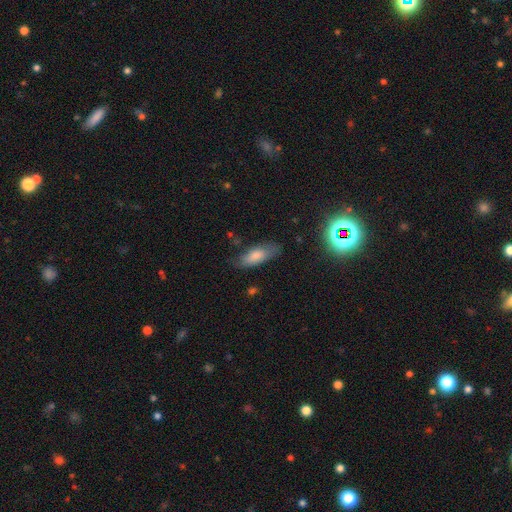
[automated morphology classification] This is likely a smooth galaxy (76%). How rounded: likely in between (74%). Merging: likely none (69%).